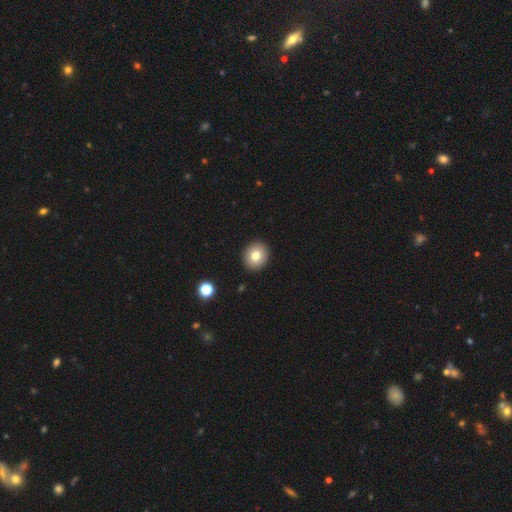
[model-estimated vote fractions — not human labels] A smooth galaxy with no disk features (79%) that is round (78%). Merging: none (92%).